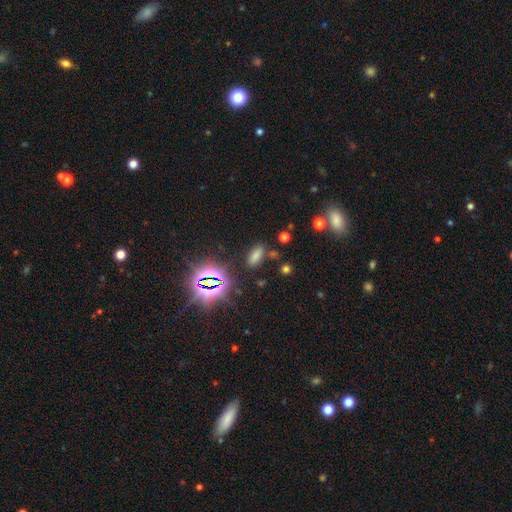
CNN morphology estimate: The model was most divided on "smooth or featured": smooth: 63%, star or artifact: 29%, featured or disk: 7%. More confident: how rounded — in between (83%); merging — none (80%).